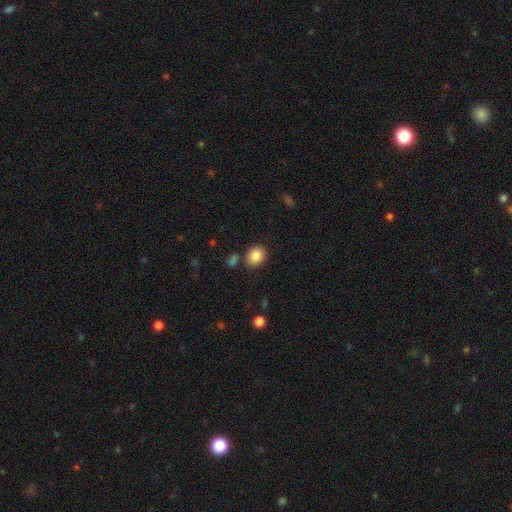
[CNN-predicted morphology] smooth-or-featured: smooth: 86% | star or artifact: 9% | featured or disk: 5%
  how-rounded: round: 59% | in between: 40% | cigar-shaped: 1%
  merging: none: 80% | minor disturbance: 11% | merger: 6% | major disturbance: 3%